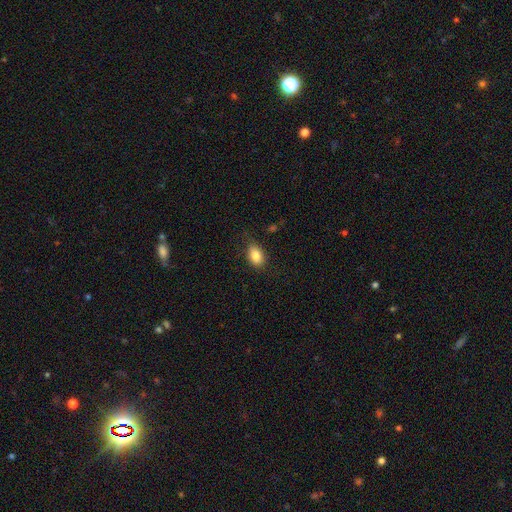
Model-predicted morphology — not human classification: A smooth galaxy with no disk features (85%) that is in between round and cigar-shaped (84%). Merging: none (80%).